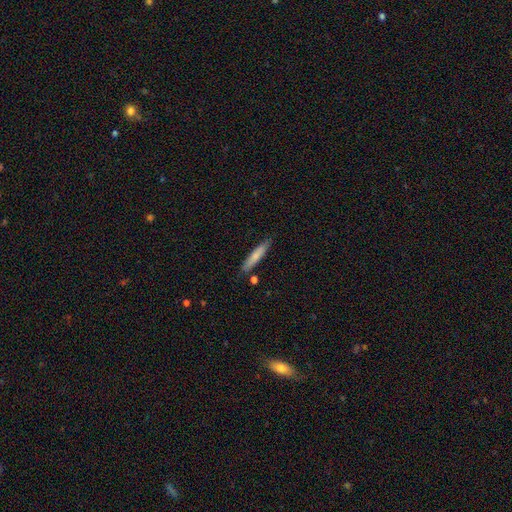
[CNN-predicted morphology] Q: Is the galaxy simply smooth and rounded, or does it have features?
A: smooth — 75%.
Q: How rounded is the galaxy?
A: cigar-shaped — 90%.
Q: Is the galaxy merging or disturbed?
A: none — 82%.